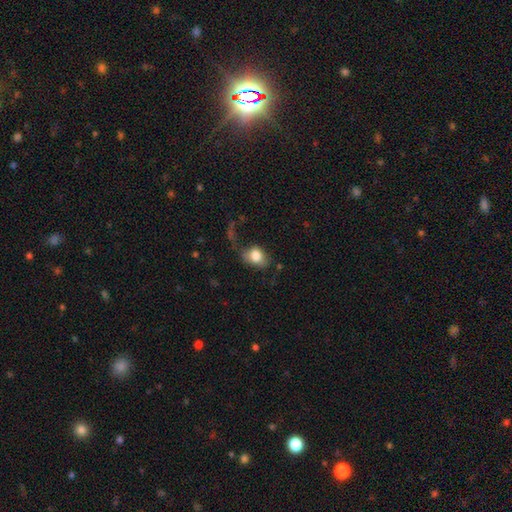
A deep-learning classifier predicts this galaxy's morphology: Smooth or featured? Predicted: smooth (p=0.79). How rounded? Predicted: in between (p=0.69). Merging? Predicted: none (p=0.43).